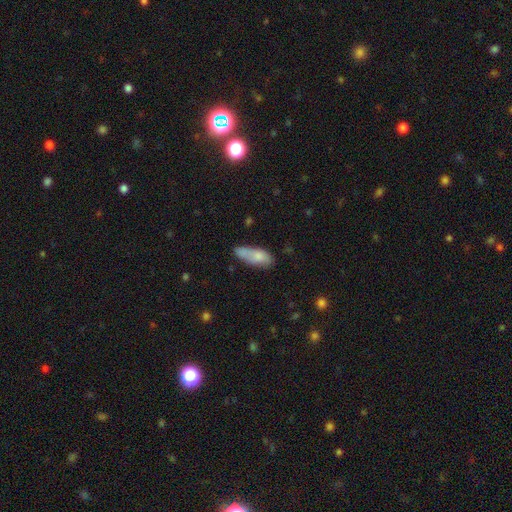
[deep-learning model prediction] The model was most divided on "merging": none: 47%, minor disturbance: 28%, merger: 15%, major disturbance: 10%. More confident: smooth or featured — smooth (75%); how rounded — in between (70%).